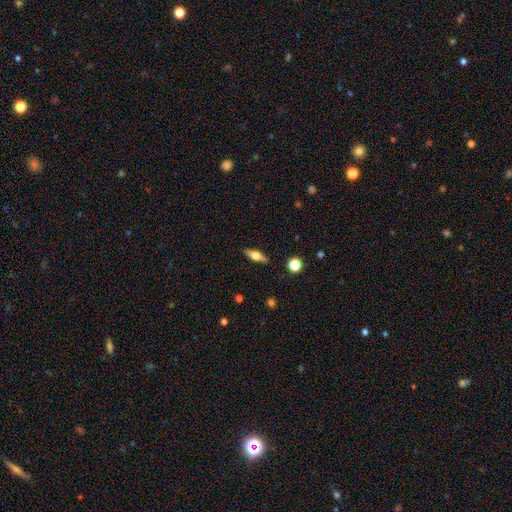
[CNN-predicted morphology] smooth-or-featured: featured or disk: 54% | smooth: 39% | star or artifact: 7%
  disk-edge-on: yes: 94% | no: 6%
    edge-on-bulge: rounded: 91% | boxy: 7% | none: 2%
  merging: none: 88% | minor disturbance: 8% | major disturbance: 2% | merger: 1%